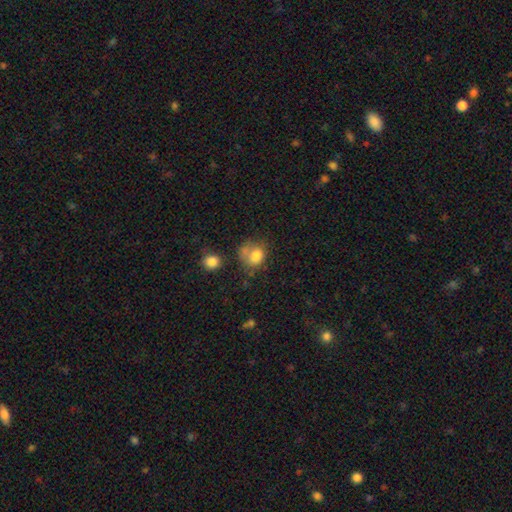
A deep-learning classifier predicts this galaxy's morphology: A smooth galaxy with no disk features (77%) that is round (61%). Merging: none (35%).